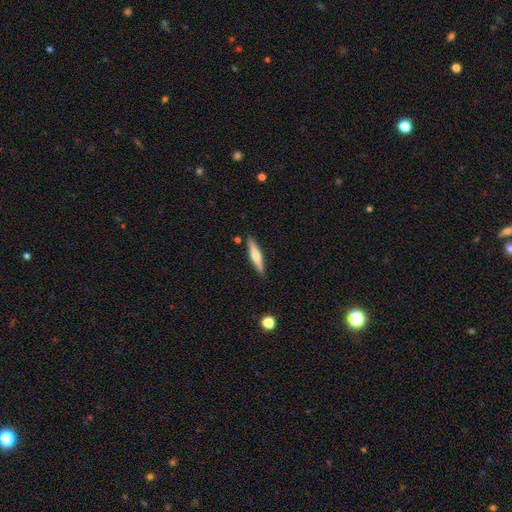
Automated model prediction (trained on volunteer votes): This is possibly a featured or disk galaxy (49%). Merging: clearly none (88%).